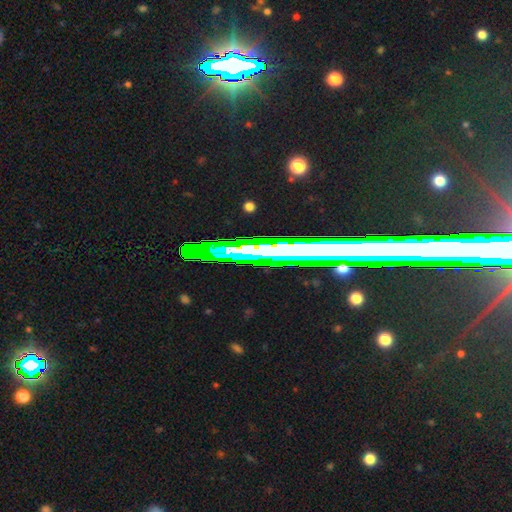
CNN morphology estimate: Smooth or featured? Predicted: star or artifact (p=0.50).